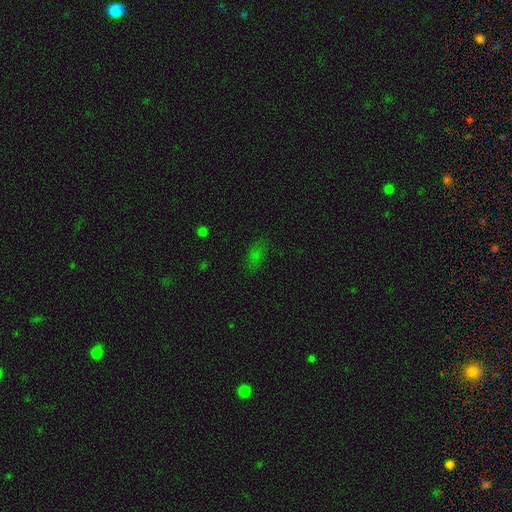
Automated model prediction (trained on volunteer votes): A smooth galaxy with no disk features (66%) that is in between round and cigar-shaped (83%).

Vote fractions:
- Smooth or featured? smooth: 66% / star or artifact: 25% / featured or disk: 9%
- How rounded? in between: 83% / round: 9% / cigar-shaped: 8%
- Merging? none: 73% / minor disturbance: 18% / major disturbance: 7% / merger: 2%